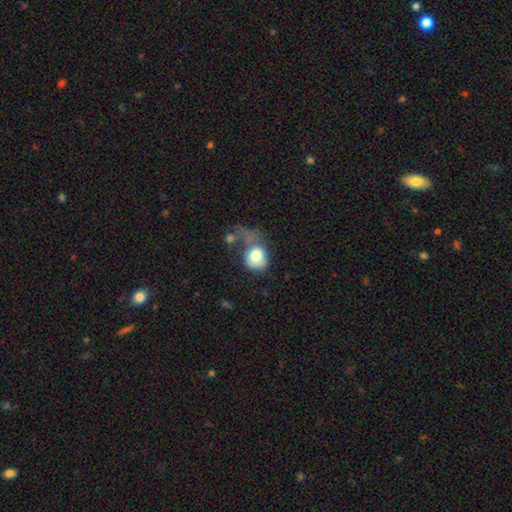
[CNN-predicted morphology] This is likely a smooth galaxy (72%). How rounded: likely round (68%). Merging: possibly major disturbance (48%).